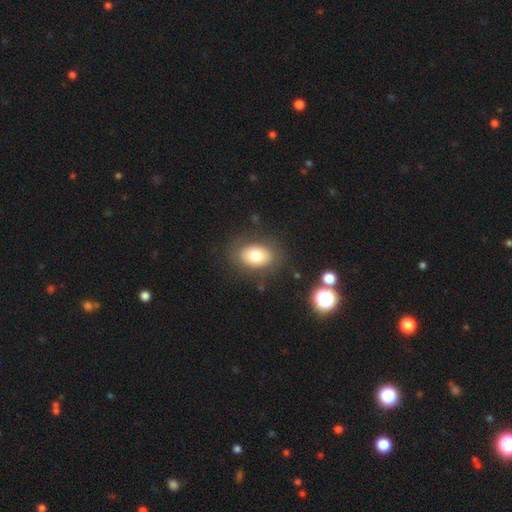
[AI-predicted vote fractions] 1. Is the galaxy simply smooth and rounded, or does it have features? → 75% smooth, 16% featured or disk, 9% star or artifact.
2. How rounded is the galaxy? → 76% in between, 22% round, 1% cigar-shaped.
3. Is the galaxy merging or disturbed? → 82% none, 11% minor disturbance, 5% major disturbance, 2% merger.